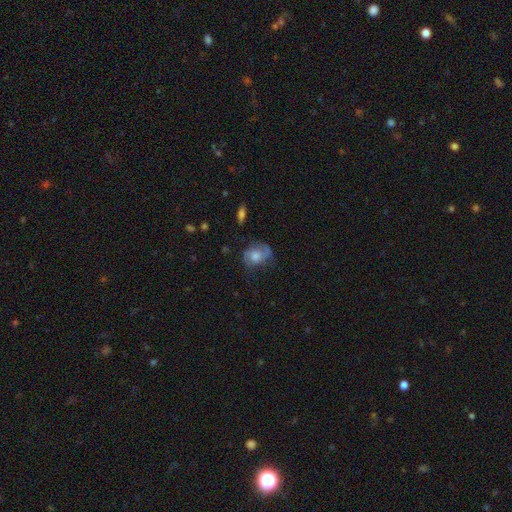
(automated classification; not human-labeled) smooth_or_featured: featured or disk (p=0.54) [alt: smooth p=0.35]
disk_edge_on: no (p=0.96) [alt: yes p=0.04]
bar: no (p=0.72) [alt: weak p=0.24]
has_spiral_arms: yes (p=0.83) [alt: no p=0.17]
bulge_size: moderate (p=0.47) [alt: large p=0.29]
merging: none (p=0.61) [alt: minor disturbance p=0.24]